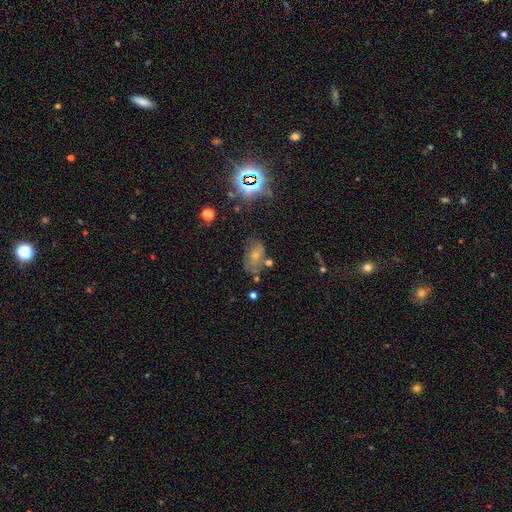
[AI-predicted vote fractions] A smooth galaxy with no disk features (46%). Merging: none (46%).